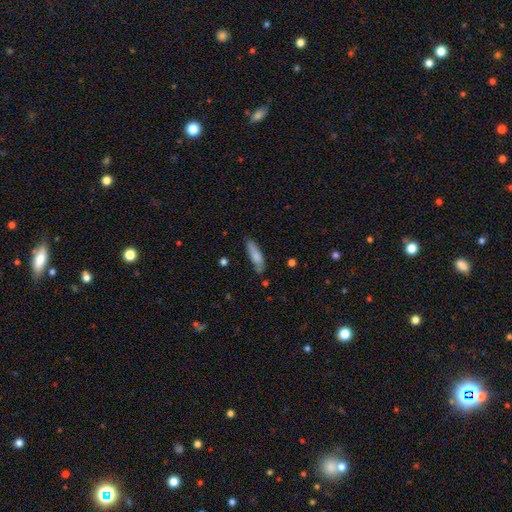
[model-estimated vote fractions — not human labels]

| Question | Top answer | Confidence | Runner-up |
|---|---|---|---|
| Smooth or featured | smooth | 80% | featured or disk (14%) |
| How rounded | cigar-shaped | 63% | in between (35%) |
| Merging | none | 73% | minor disturbance (20%) |